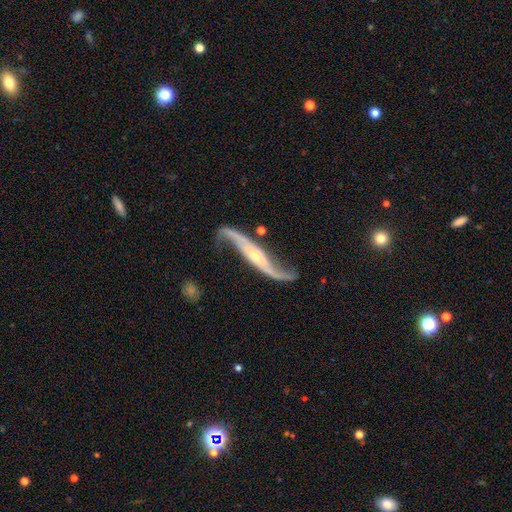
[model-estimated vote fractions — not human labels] A featured or disk galaxy (91%) with no bar (46%), 2 (94%) loose (88%) spiral arms (97%) and a small central bulge (64%). Merging: none (73%).